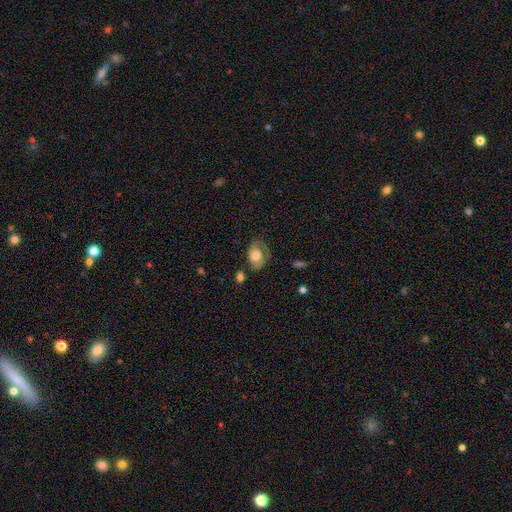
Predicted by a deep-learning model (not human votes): A smooth galaxy with no disk features (58%) that is in between round and cigar-shaped (77%).

Vote fractions:
- Smooth or featured? smooth: 58% / featured or disk: 34% / star or artifact: 7%
- How rounded? in between: 77% / round: 22% / cigar-shaped: 1%
- Merging? none: 48% / minor disturbance: 29% / major disturbance: 18% / merger: 5%